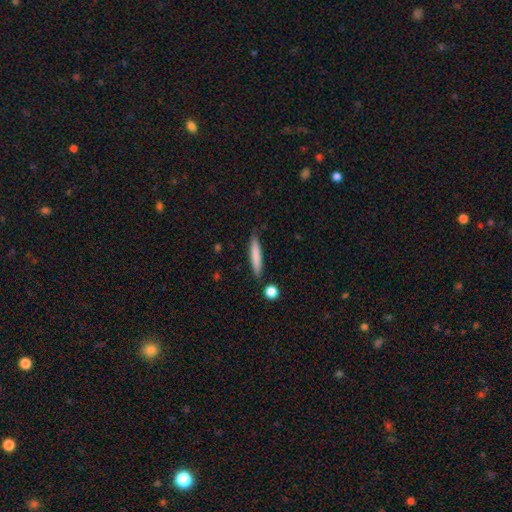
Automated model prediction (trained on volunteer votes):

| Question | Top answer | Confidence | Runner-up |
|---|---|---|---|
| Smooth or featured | smooth | 76% | featured or disk (18%) |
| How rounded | cigar-shaped | 92% | in between (7%) |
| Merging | none | 83% | minor disturbance (12%) |